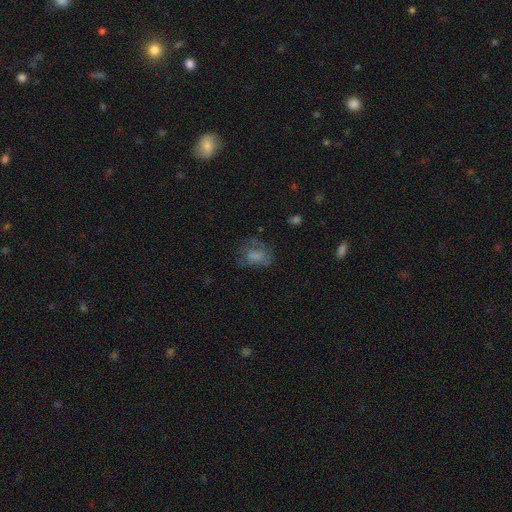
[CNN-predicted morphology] Smooth or featured: smooth — 55% (featured or disk — 31%)
How rounded: in between — 69% (round — 28%)
Merging: none — 43% (major disturbance — 30%)